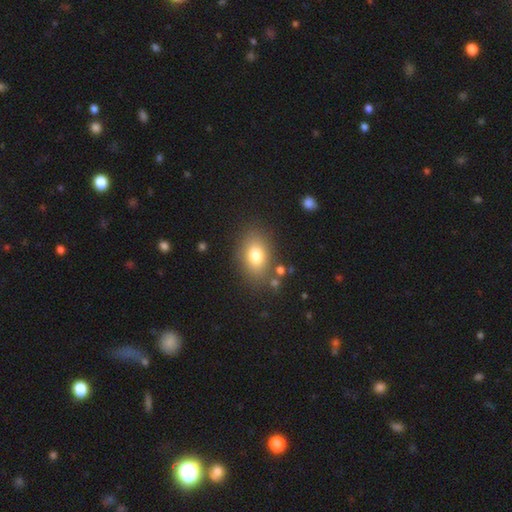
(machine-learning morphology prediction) This is likely a smooth galaxy (78%). How rounded: likely in between (79%). Merging: likely none (80%).